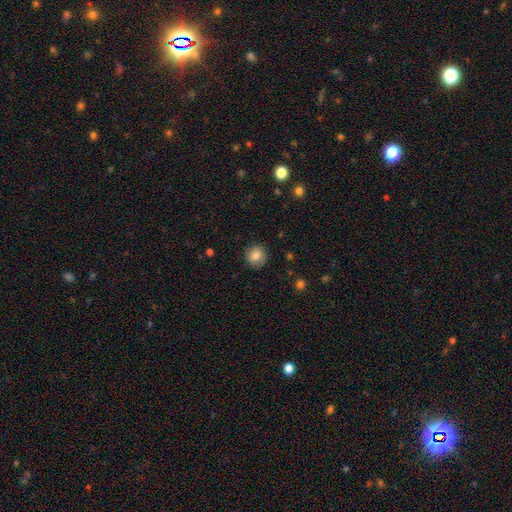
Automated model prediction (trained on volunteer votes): This is clearly a smooth galaxy (80%). How rounded: clearly round (92%). Merging: clearly none (87%).